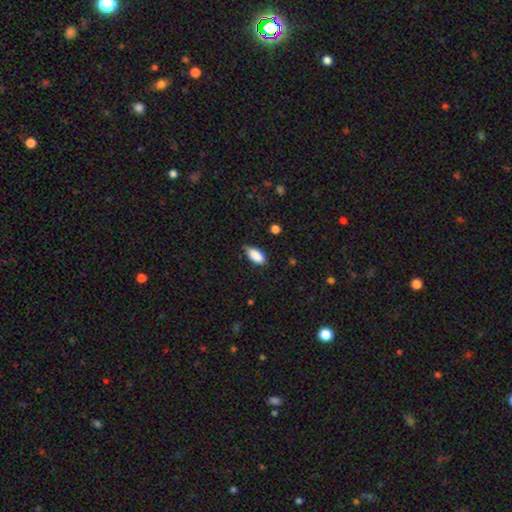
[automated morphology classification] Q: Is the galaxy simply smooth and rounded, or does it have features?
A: smooth — 87%.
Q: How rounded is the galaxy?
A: in between — 90%.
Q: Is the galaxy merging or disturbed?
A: none — 62%.